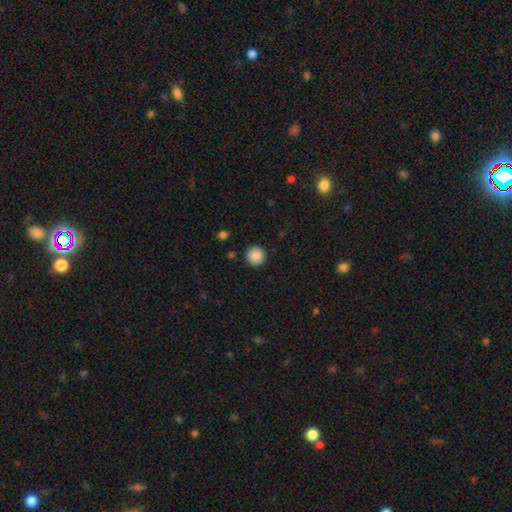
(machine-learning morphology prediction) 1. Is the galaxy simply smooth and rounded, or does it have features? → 88% smooth, 9% star or artifact, 3% featured or disk.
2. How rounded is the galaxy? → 95% round, 4% in between, 1% cigar-shaped.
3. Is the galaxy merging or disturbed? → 92% none, 5% minor disturbance, 2% major disturbance, 1% merger.